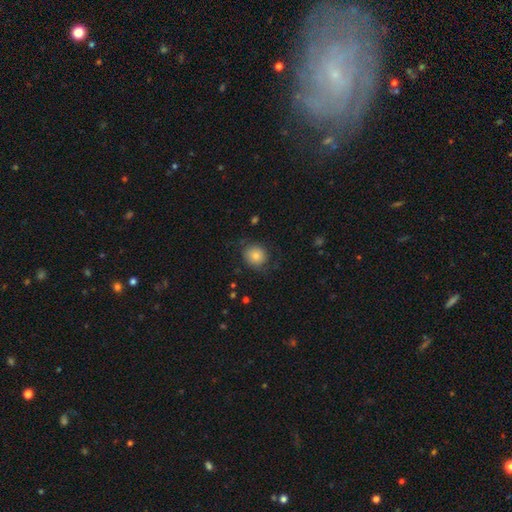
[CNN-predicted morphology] smooth-or-featured: smooth: 79% | featured or disk: 12% | star or artifact: 9%
  how-rounded: round: 80% | in between: 19% | cigar-shaped: 1%
  merging: none: 73% | minor disturbance: 18% | major disturbance: 8% | merger: 1%